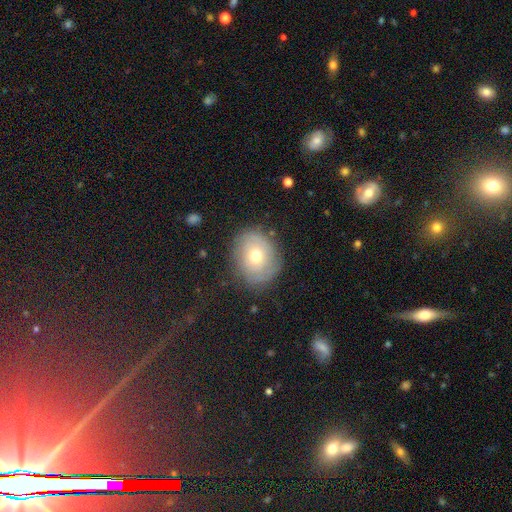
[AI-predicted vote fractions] smooth 52%, featured or disk 37%, star or artifact 11%. Down the decision tree: how rounded — round (60%); merging — none (77%).